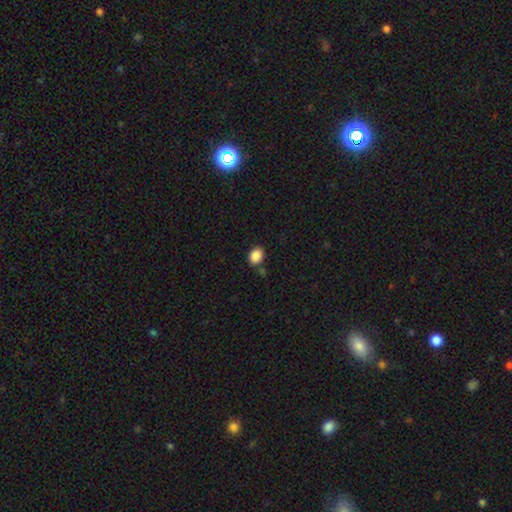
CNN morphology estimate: Q: Smooth or featured?
A: smooth (88%); runner-up: star or artifact (9%)
Q: How rounded?
A: in between (55%); runner-up: round (44%)
Q: Merging?
A: none (81%); runner-up: minor disturbance (11%)